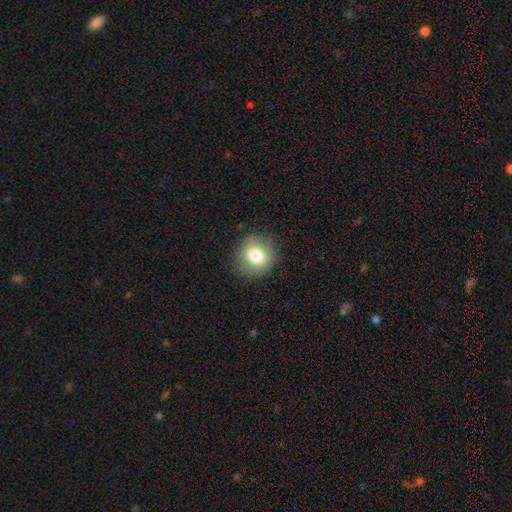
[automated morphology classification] This appears to be a smooth galaxy with no disk features (74%) that is round (82%). Merging: none (83%).